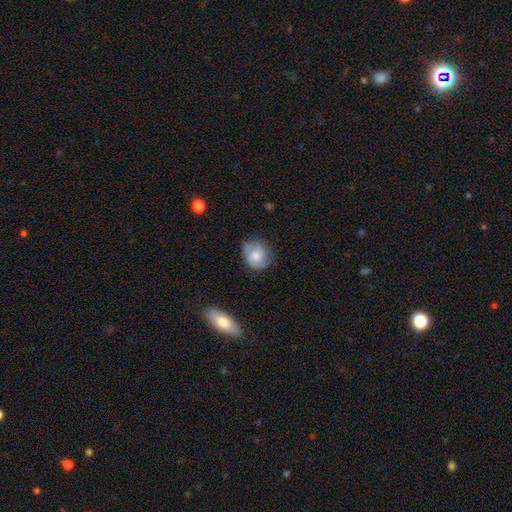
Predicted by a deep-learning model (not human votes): Smooth or featured? smooth (52%)
How rounded? round (65%)
Merging? none (67%)